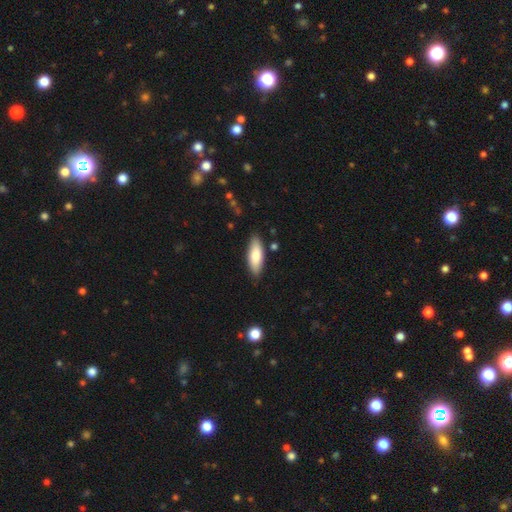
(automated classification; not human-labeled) The model was most divided on "how rounded": in between: 66%, cigar-shaped: 32%, round: 2%. More confident: merging — none (83%); smooth or featured — smooth (80%).